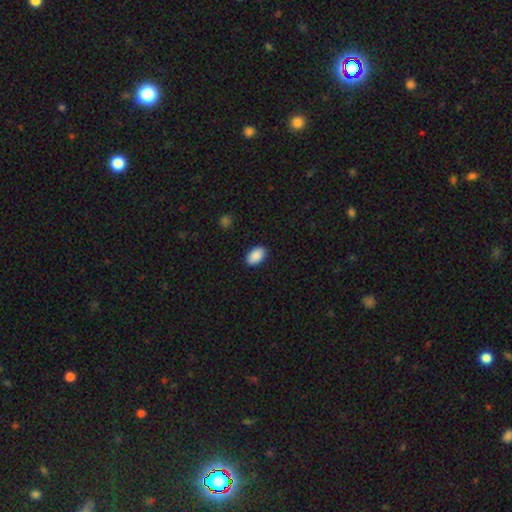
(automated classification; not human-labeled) Overall: smooth (90%). How rounded: in between (93%). Merging: none (89%).